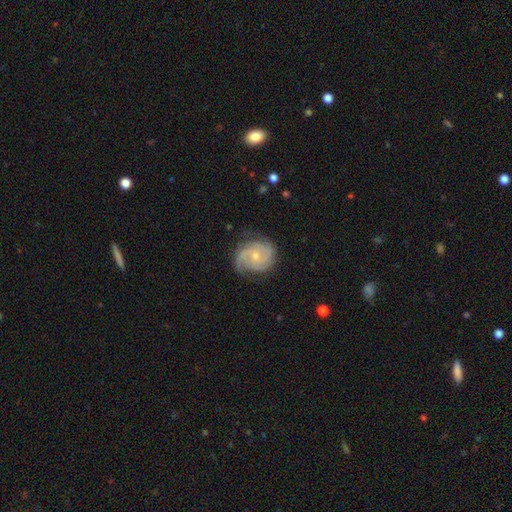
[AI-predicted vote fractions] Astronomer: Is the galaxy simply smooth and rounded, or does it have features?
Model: featured or disk — 84%.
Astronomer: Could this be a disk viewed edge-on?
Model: no — 98%.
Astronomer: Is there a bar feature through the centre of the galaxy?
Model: no — 69%.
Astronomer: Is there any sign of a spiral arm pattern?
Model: yes — 96%.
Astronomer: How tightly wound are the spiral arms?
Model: tight — 52% (runner-up: medium, 37%).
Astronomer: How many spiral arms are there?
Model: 2 — 49%.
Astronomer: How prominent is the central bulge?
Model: small — 59% (runner-up: moderate, 37%).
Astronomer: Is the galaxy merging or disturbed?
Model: none — 70%.